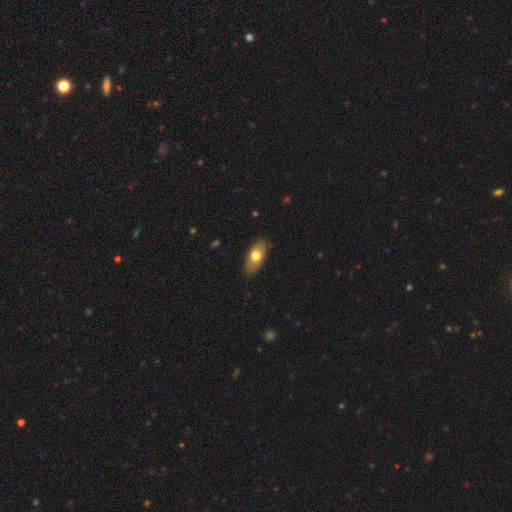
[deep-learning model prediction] Overall: smooth (68%). How rounded: in between (86%). Merging: none (85%).